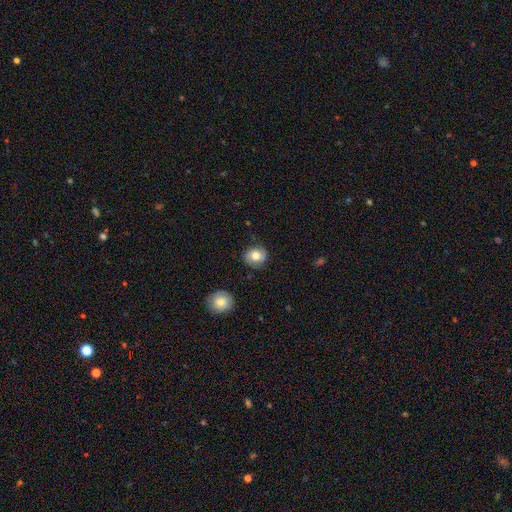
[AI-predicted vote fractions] Morphology: type=smooth (64%); roundness=round (73%); merging=none (81%).